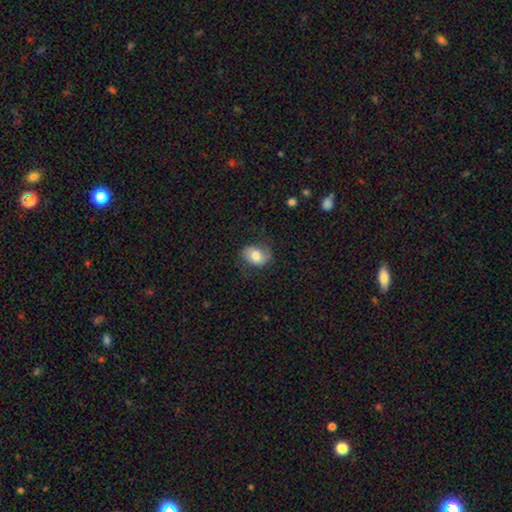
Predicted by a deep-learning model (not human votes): smooth_or_featured: smooth (p=0.68) [alt: featured or disk p=0.24]
how_rounded: in between (p=0.73) [alt: round p=0.26]
merging: none (p=0.66) [alt: minor disturbance p=0.23]